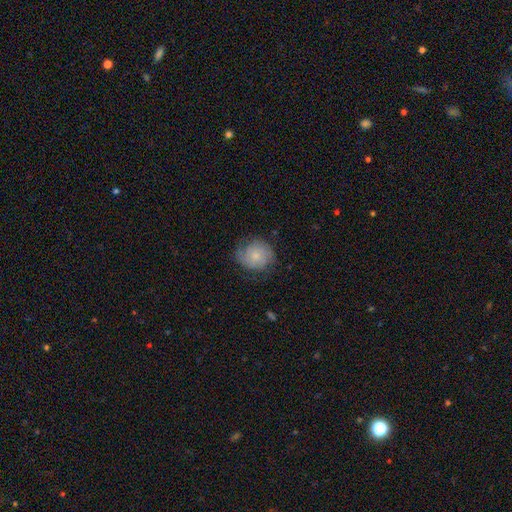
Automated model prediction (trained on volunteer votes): This is possibly a smooth galaxy (59%). How rounded: likely round (78%). Merging: likely none (65%).